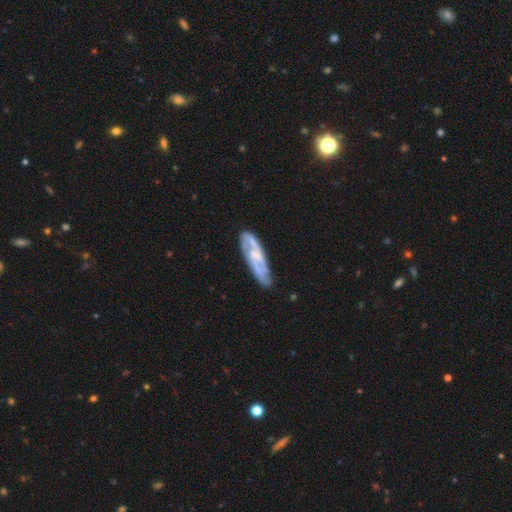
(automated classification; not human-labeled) Smooth or featured? featured or disk (70%)
Edge-on disk? no (76%)
Bar? no (49%)
Spiral arms? yes (87%)
Bulge size? small (48%)
Merging? none (72%)